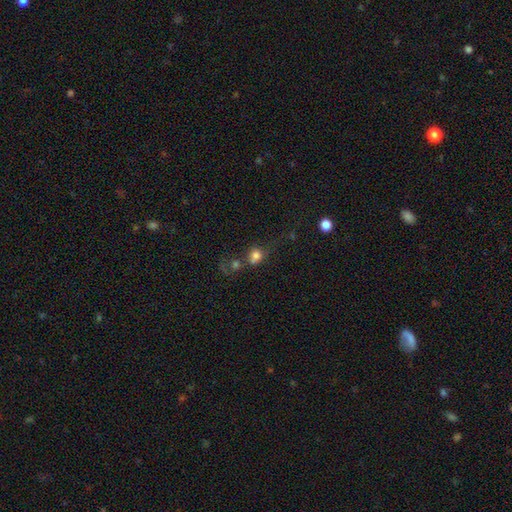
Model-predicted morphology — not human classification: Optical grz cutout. It shows a smooth galaxy with no disk features (74%) that is round (71%). Merging: merger (39%).